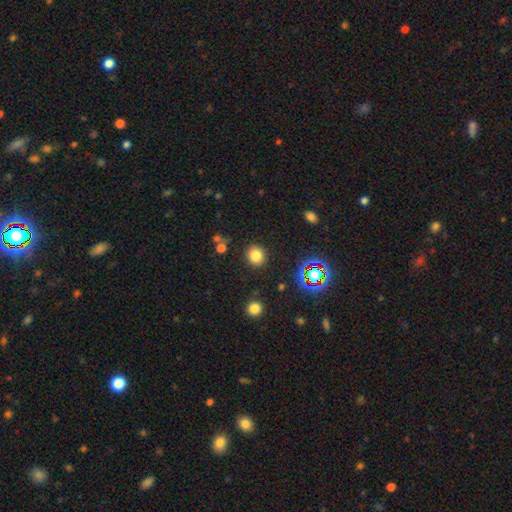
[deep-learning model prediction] Morphology: type=smooth (79%); roundness=round (82%); merging=none (87%).